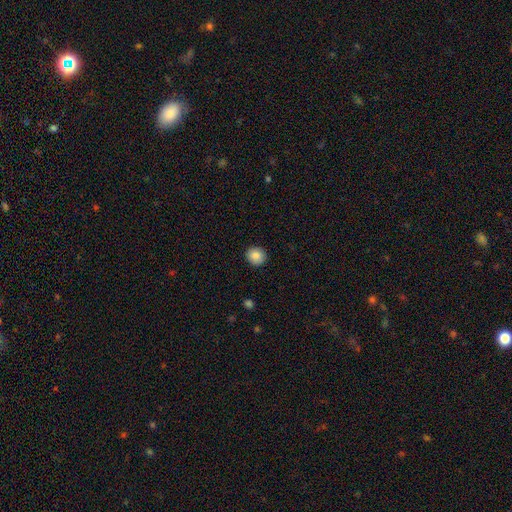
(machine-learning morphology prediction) Smooth or featured?
  - smooth: 85% *
  - star or artifact: 8%
  - featured or disk: 7%
How rounded?
  - round: 90% *
  - in between: 9%
  - cigar-shaped: 1%
Merging?
  - none: 92% *
  - minor disturbance: 6%
  - major disturbance: 2%
  - merger: 1%